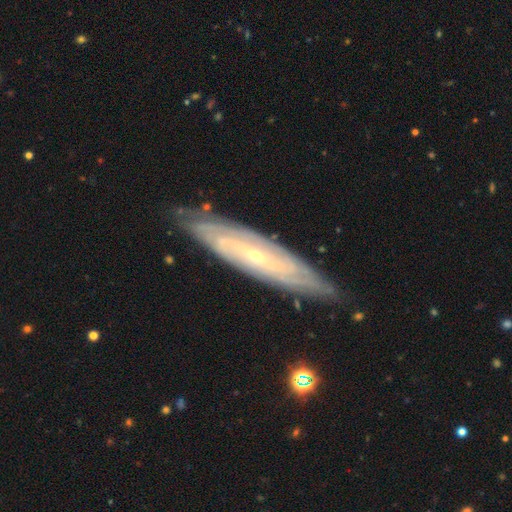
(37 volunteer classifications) Volunteers were most divided on "spiral arm count": 2: 50%, can't tell: 31%, more than 4: 12%, 4: 6%, 1: 0%, 3: 0%. More confident: bulge size — small (95%); smooth or featured — featured or disk (95%); merging — none (94%); spiral arms — yes (76%); spiral winding — tight (62%); bar — no (62%); edge-on disk — no (60%).